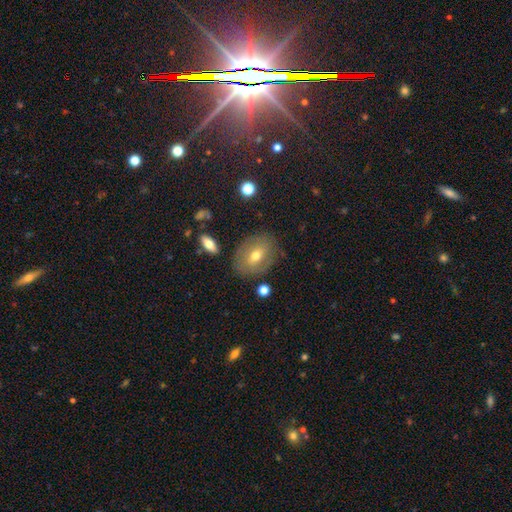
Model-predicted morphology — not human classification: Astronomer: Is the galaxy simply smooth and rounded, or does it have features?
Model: smooth — 51% (runner-up: featured or disk, 40%).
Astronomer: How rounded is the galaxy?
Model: in between — 70%.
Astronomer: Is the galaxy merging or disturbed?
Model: none — 77%.